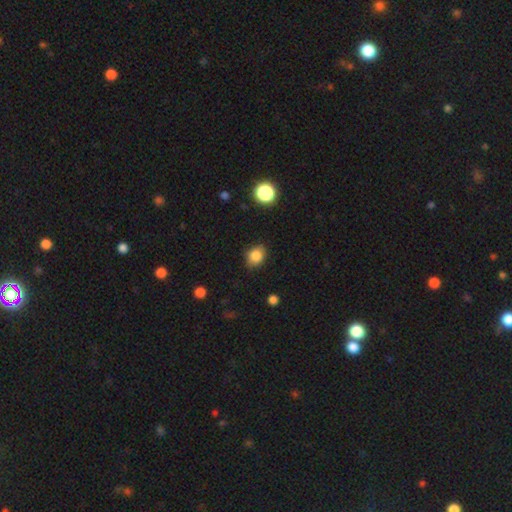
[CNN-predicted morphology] type=smooth (84%); roundness=round (54%); merging=none (81%).